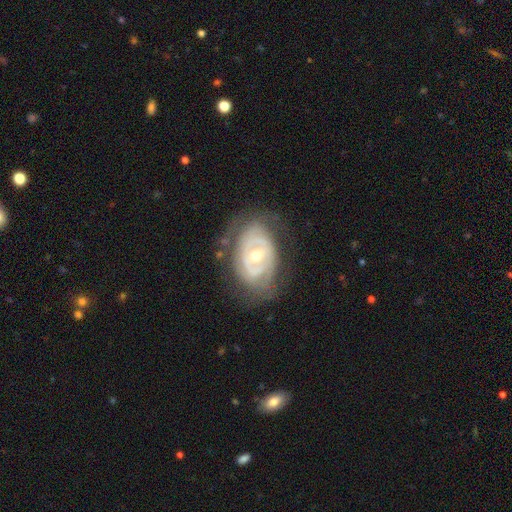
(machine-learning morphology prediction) This appears to be a featured or disk galaxy (80%) with no bar (55%), spiral arms (57%) and a moderate central bulge (61%). Merging: none (69%).